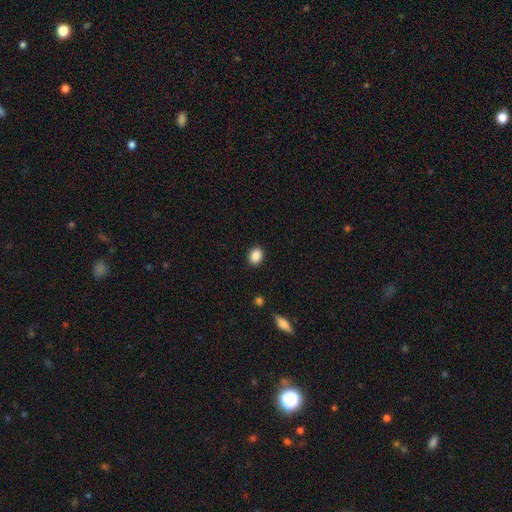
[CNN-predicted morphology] type=smooth (88%); roundness=in between (61%); merging=none (90%).